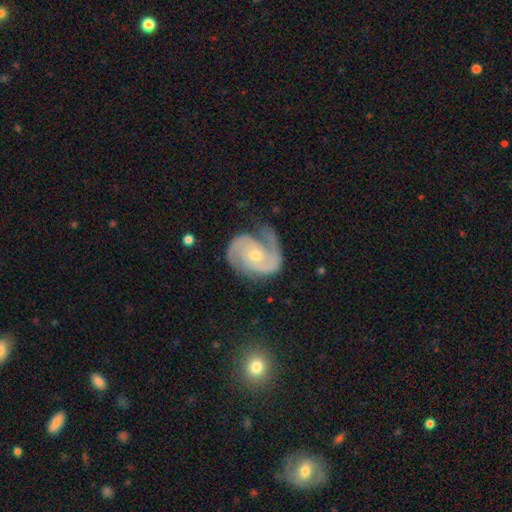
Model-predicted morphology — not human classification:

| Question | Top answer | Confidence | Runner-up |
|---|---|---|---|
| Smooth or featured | featured or disk | 90% | smooth (5%) |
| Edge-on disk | no | 98% | yes (2%) |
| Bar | no | 64% | weak (29%) |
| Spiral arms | yes | 98% | no (2%) |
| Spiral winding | medium | 49% | tight (39%) |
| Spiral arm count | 2 | 86% | 3 (5%) |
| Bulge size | small | 51% | moderate (45%) |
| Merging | none | 69% | minor disturbance (20%) |